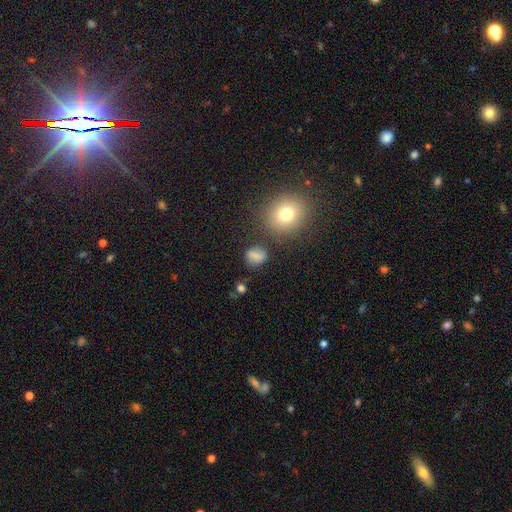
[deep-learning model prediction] A smooth galaxy with no disk features (73%) that is round (65%). Merging: none (71%).